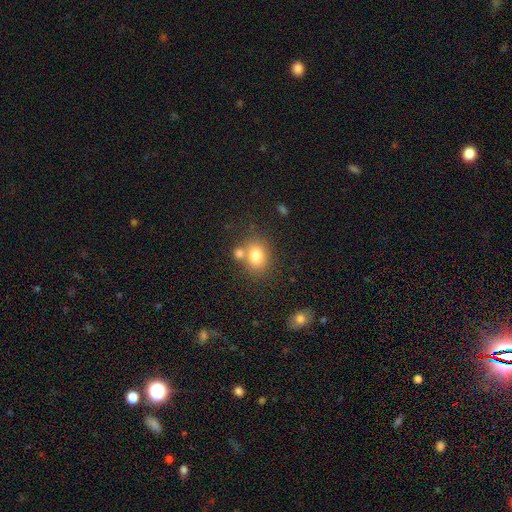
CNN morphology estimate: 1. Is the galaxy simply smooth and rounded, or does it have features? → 77% smooth, 12% featured or disk, 11% star or artifact.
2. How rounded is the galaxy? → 55% round, 44% in between, 1% cigar-shaped.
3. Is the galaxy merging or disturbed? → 59% none, 26% merger, 12% minor disturbance, 4% major disturbance.